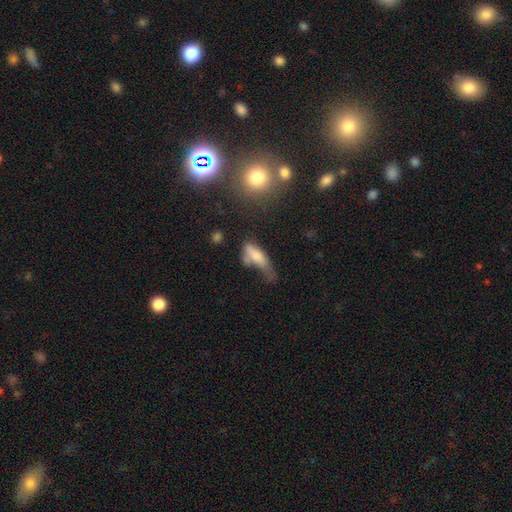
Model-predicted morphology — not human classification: The model was most divided on "merging": major disturbance: 36%, minor disturbance: 27%, none: 21%, merger: 15%. More confident: how rounded — in between (64%); smooth or featured — smooth (63%).